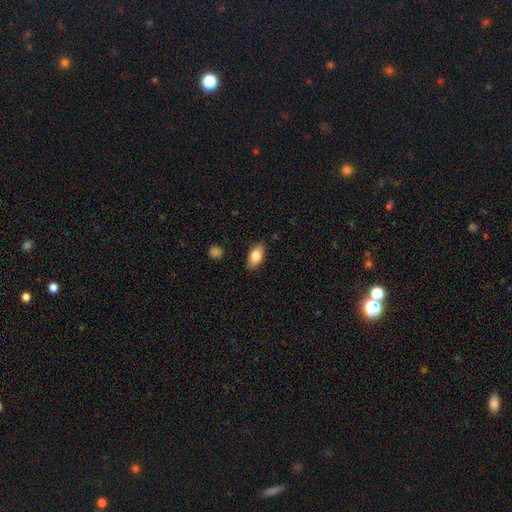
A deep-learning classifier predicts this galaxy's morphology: This appears to be a smooth galaxy with no disk features (81%) that is in between round and cigar-shaped (90%). Merging: none (84%).